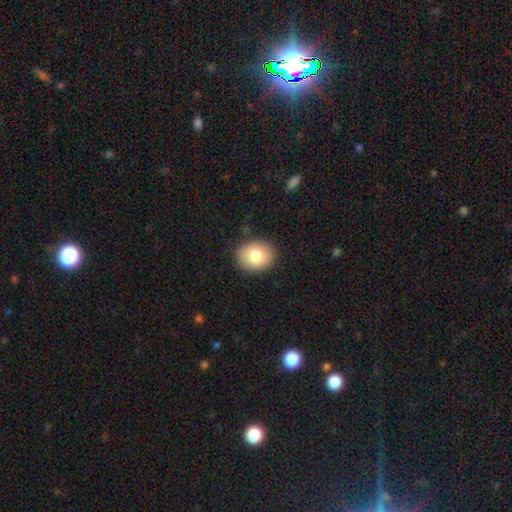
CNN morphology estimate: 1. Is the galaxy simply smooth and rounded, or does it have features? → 80% smooth, 12% featured or disk, 8% star or artifact.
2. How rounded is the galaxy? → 54% round, 45% in between, 1% cigar-shaped.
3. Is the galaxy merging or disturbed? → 87% none, 9% minor disturbance, 2% major disturbance, 1% merger.